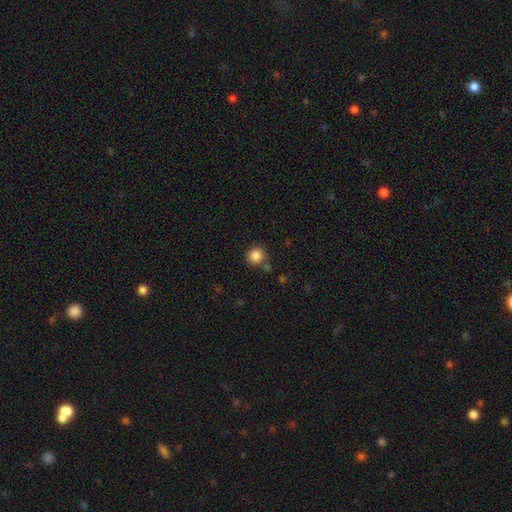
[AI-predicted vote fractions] smooth_or_featured: smooth (p=0.86) [alt: star or artifact p=0.10]
how_rounded: round (p=0.94) [alt: in between p=0.05]
merging: none (p=0.78) [alt: minor disturbance p=0.10]